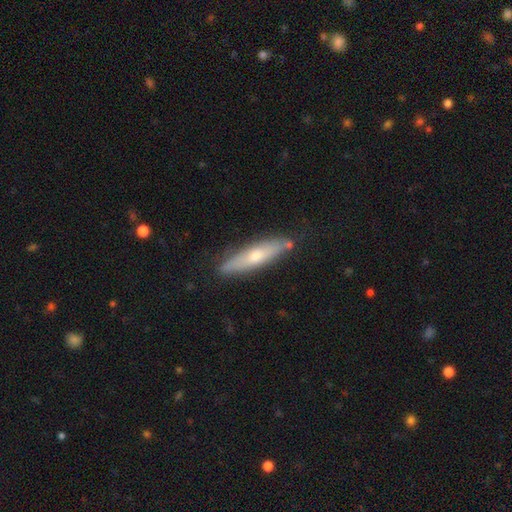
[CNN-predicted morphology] This is possibly a smooth galaxy (51%). How rounded: clearly cigar-shaped (81%). Merging: clearly none (81%).